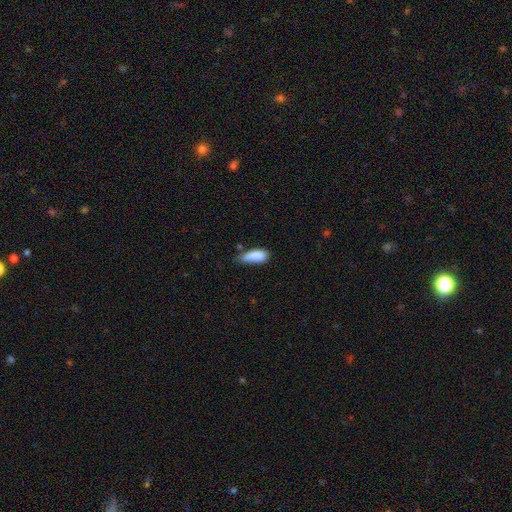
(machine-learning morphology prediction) smooth_or_featured: smooth (p=0.85) [alt: featured or disk p=0.08]
how_rounded: in between (p=0.76) [alt: cigar-shaped p=0.21]
merging: minor disturbance (p=0.44) [alt: none p=0.37]